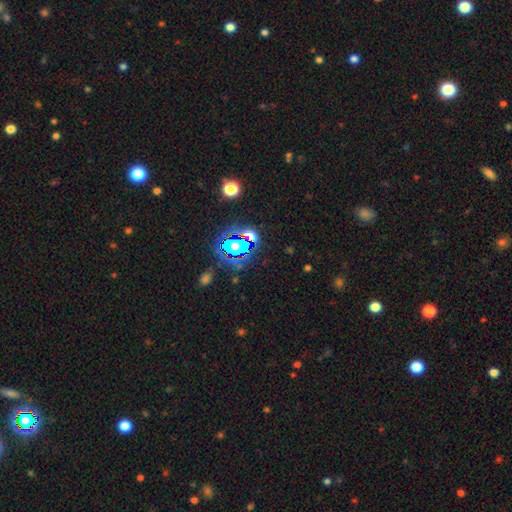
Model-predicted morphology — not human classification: smooth-or-featured: star or artifact: 79% | smooth: 13% | featured or disk: 8%